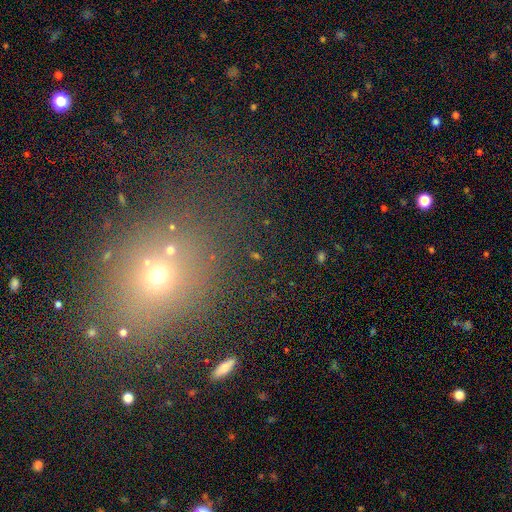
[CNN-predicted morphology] Smooth or featured? star or artifact (49%)